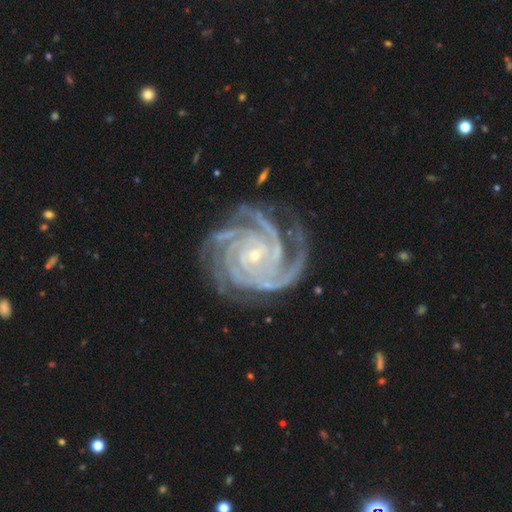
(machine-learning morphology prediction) Smooth or featured: featured or disk — 93% (star or artifact — 5%)
Edge-on disk: no — 98% (yes — 2%)
Bar: no — 66% (weak — 21%)
Spiral arms: yes — 99% (no — 1%)
Spiral winding: tight — 80% (medium — 18%)
Spiral arm count: 4 — 40% (3 — 19%)
Bulge size: small — 85% (moderate — 12%)
Merging: none — 76% (minor disturbance — 16%)